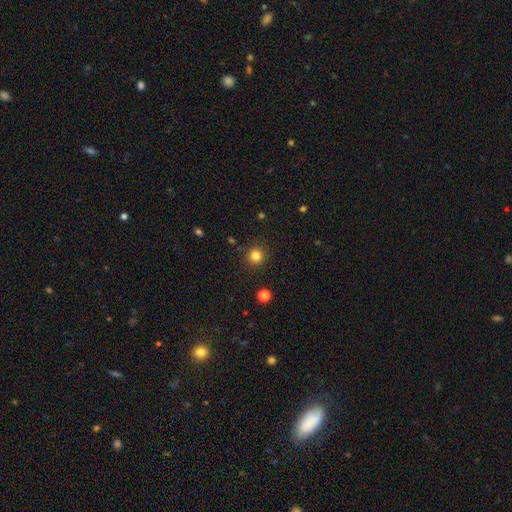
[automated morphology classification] Smooth or featured?
  - smooth: 82% *
  - star or artifact: 13%
  - featured or disk: 5%
How rounded?
  - round: 94% *
  - in between: 5%
  - cigar-shaped: 1%
Merging?
  - none: 90% *
  - minor disturbance: 6%
  - major disturbance: 2%
  - merger: 2%